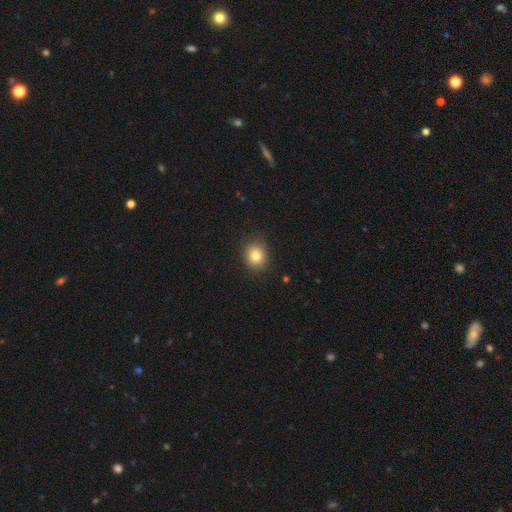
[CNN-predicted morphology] Smooth or featured? smooth (80%)
How rounded? round (71%)
Merging? none (86%)